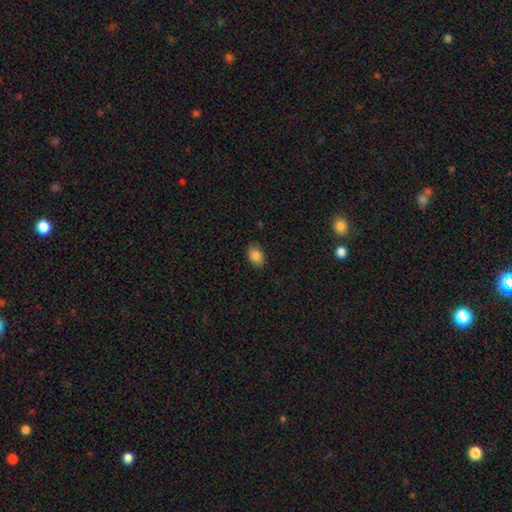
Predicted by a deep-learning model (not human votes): Smooth or featured?
  - smooth: 86% *
  - star or artifact: 9%
  - featured or disk: 5%
How rounded?
  - in between: 77% *
  - round: 22%
  - cigar-shaped: 1%
Merging?
  - none: 85% *
  - minor disturbance: 11%
  - major disturbance: 2%
  - merger: 1%